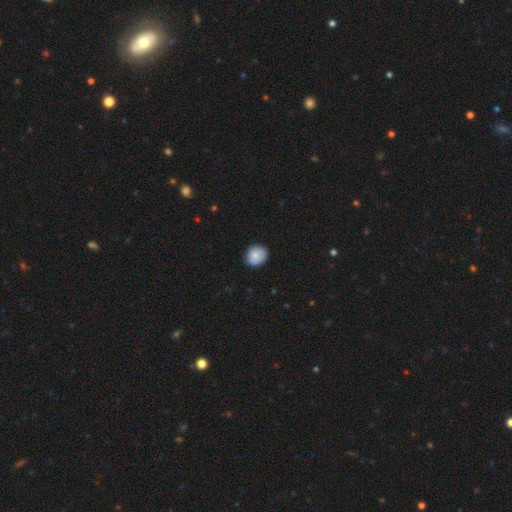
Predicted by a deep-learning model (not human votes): The model was most divided on "how rounded": round: 69%, in between: 30%, cigar-shaped: 1%. More confident: merging — none (85%); smooth or featured — smooth (80%).